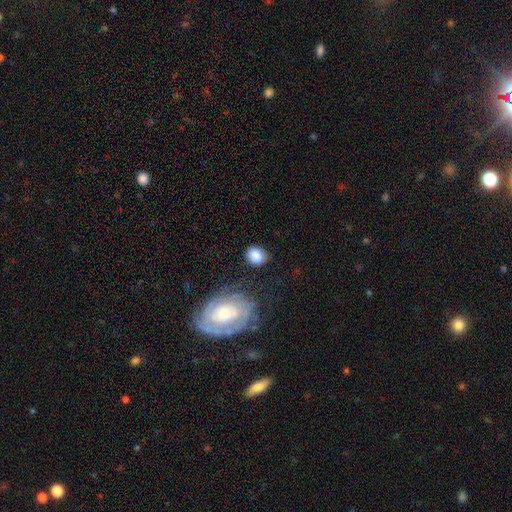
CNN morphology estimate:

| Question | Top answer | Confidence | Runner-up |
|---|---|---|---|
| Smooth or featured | smooth | 83% | featured or disk (9%) |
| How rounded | round | 52% | in between (47%) |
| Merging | none | 73% | minor disturbance (16%) |